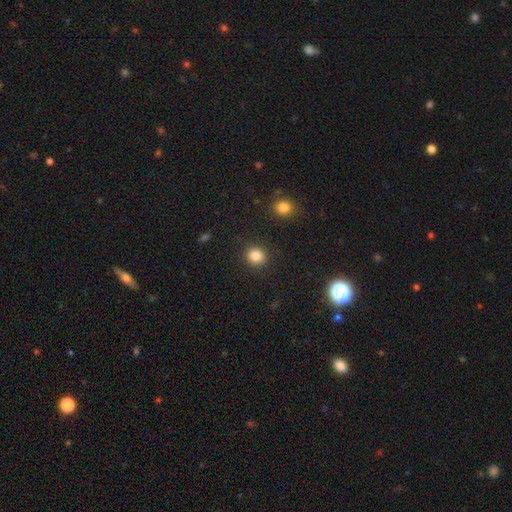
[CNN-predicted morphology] A smooth galaxy with no disk features (84%) that is round (84%). Merging: none (90%).